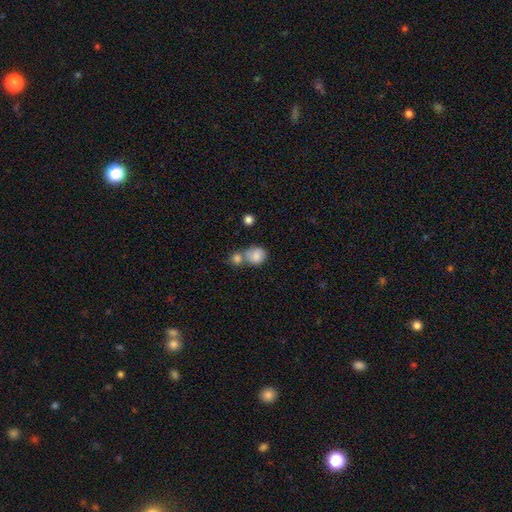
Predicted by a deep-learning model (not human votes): smooth 83%, featured or disk 9%, star or artifact 9%. Down the decision tree: how rounded — round (71%); merging — merger (47%).